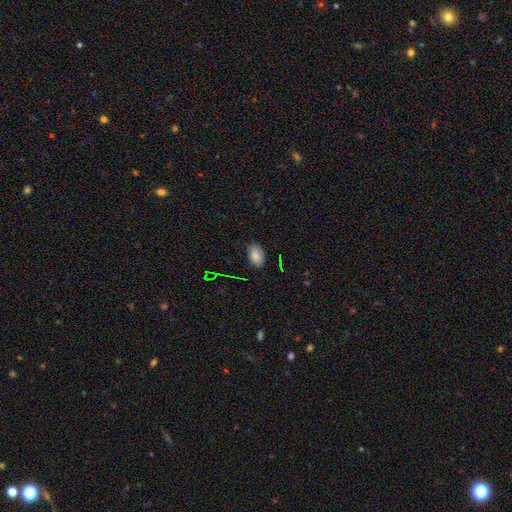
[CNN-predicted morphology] Q: Smooth or featured?
A: smooth (81%); runner-up: star or artifact (12%)
Q: How rounded?
A: in between (91%); runner-up: round (8%)
Q: Merging?
A: none (83%); runner-up: minor disturbance (14%)